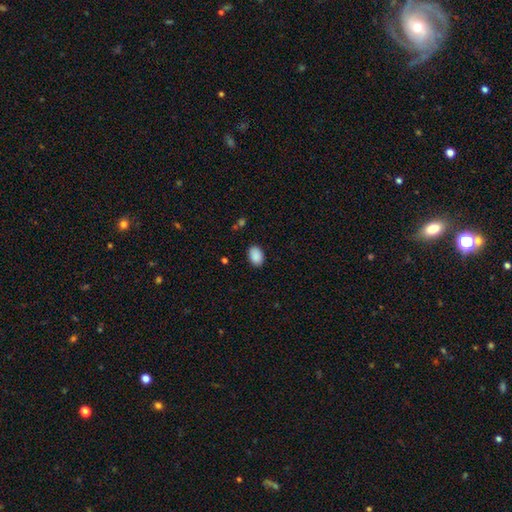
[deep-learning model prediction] Q: Smooth or featured?
A: smooth (90%); runner-up: star or artifact (7%)
Q: How rounded?
A: in between (85%); runner-up: round (14%)
Q: Merging?
A: none (87%); runner-up: minor disturbance (10%)